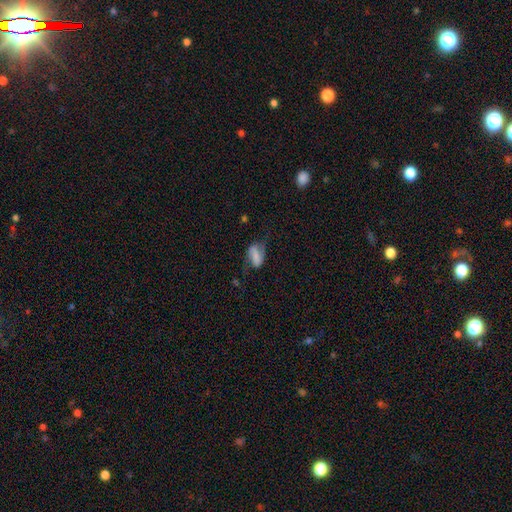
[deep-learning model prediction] smooth 47%, featured or disk 43%, star or artifact 10%. Down the decision tree: merging — none (45%).